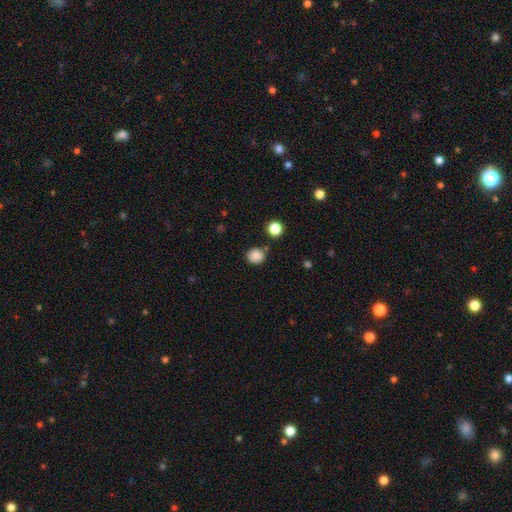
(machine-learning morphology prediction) Overall: smooth (86%). How rounded: round (85%). Merging: none (81%).